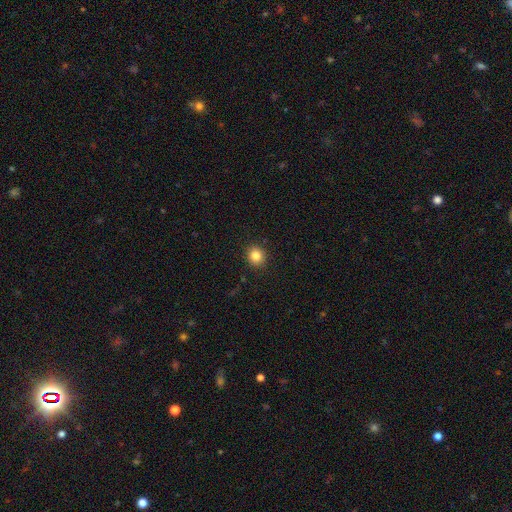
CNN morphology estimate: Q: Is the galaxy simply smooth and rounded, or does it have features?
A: smooth — 84%.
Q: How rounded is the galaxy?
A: round — 86%.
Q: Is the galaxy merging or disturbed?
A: none — 90%.